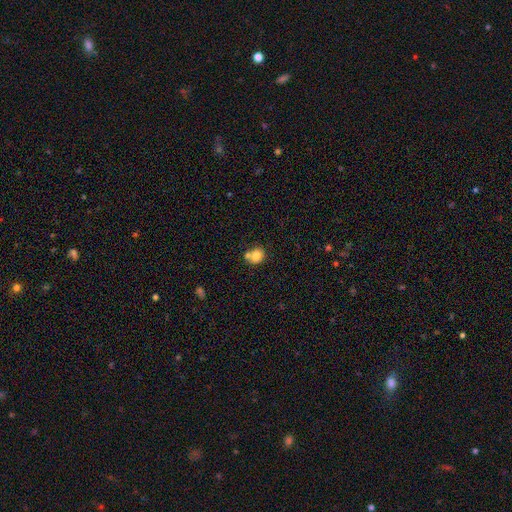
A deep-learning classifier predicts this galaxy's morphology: This appears to be a smooth galaxy with no disk features (82%) that is round (69%). Merging: none (50%).